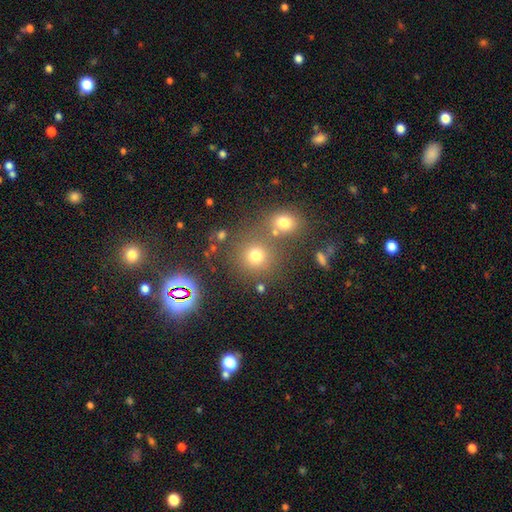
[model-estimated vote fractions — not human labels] Morphology: type=smooth (71%); roundness=round (88%); merging=none (67%).